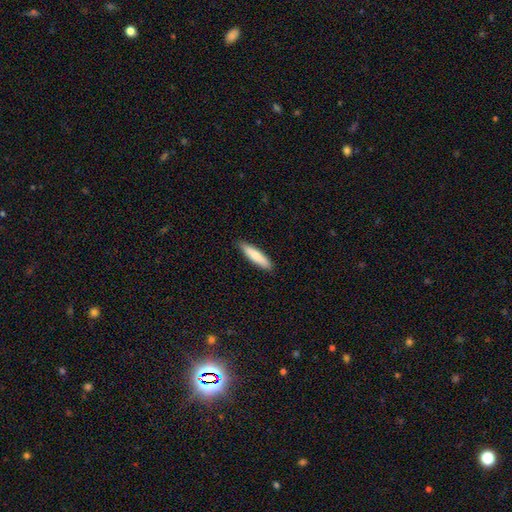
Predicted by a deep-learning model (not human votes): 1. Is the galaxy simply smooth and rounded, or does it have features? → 76% smooth, 19% featured or disk, 5% star or artifact.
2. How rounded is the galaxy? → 78% cigar-shaped, 20% in between, 1% round.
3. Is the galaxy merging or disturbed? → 89% none, 8% minor disturbance, 2% major disturbance, 1% merger.